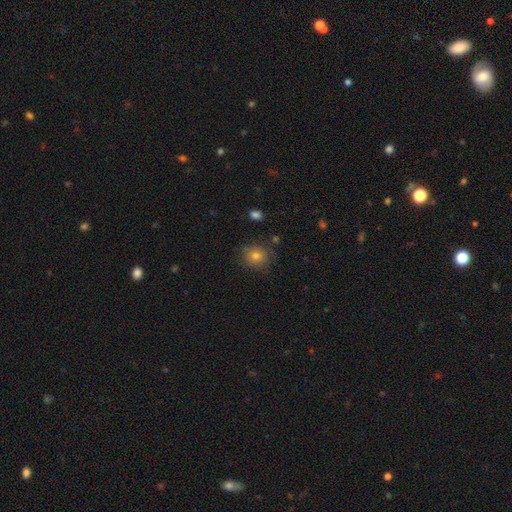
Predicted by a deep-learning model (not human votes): A smooth galaxy with no disk features (75%) that is round (86%). Merging: none (82%).